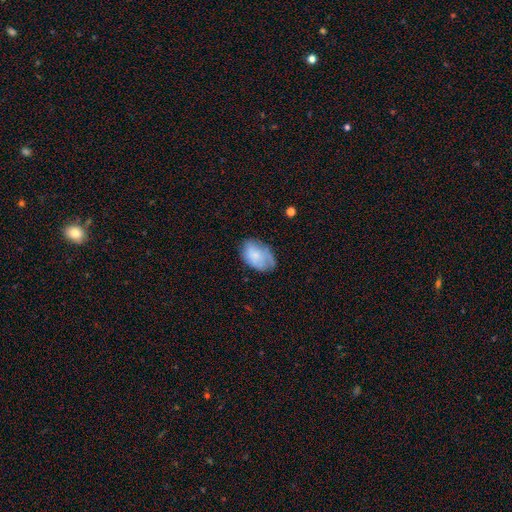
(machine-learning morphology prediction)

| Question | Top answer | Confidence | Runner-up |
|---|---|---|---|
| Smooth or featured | smooth | 69% | featured or disk (24%) |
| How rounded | in between | 89% | round (10%) |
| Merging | none | 62% | minor disturbance (28%) |